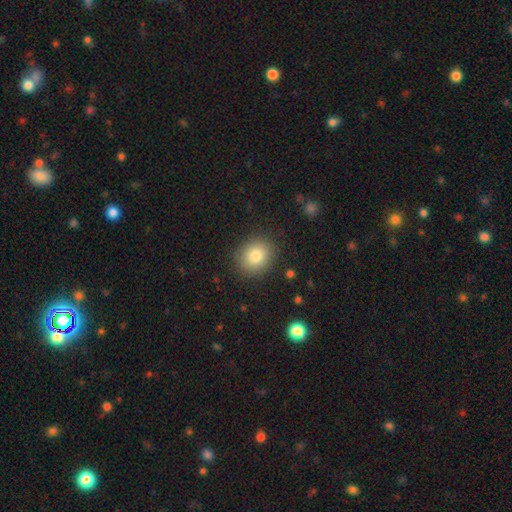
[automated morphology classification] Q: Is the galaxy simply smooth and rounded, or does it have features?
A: smooth — 82%.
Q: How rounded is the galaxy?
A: round — 70%.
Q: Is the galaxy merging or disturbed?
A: none — 88%.